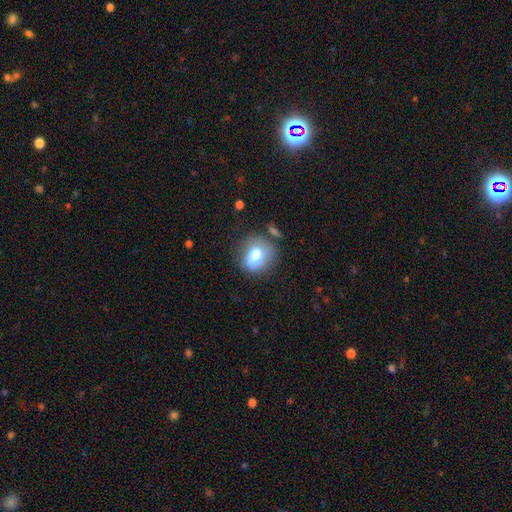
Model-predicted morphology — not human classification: Smooth or featured?
  - smooth: 77% *
  - featured or disk: 14%
  - star or artifact: 9%
How rounded?
  - round: 65% *
  - in between: 34%
  - cigar-shaped: 1%
Merging?
  - none: 65% *
  - minor disturbance: 21%
  - major disturbance: 8%
  - merger: 6%